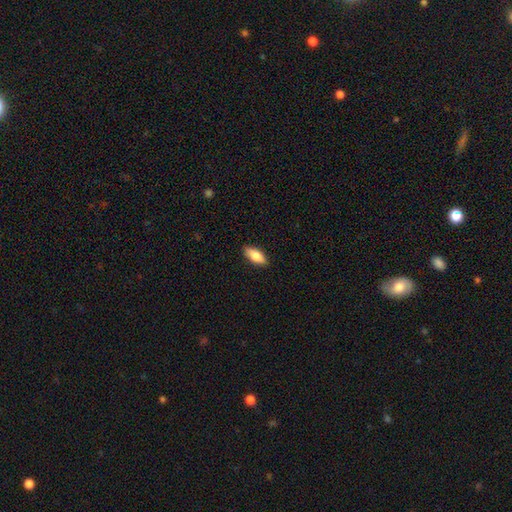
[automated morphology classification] Smooth or featured: smooth — 79% (featured or disk — 15%)
How rounded: in between — 80% (cigar-shaped — 17%)
Merging: none — 89% (minor disturbance — 8%)